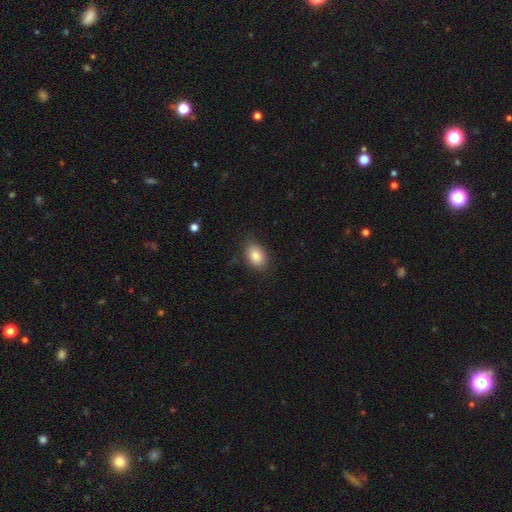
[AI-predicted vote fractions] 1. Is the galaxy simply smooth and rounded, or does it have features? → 86% smooth, 8% star or artifact, 7% featured or disk.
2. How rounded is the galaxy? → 86% in between, 13% round, 1% cigar-shaped.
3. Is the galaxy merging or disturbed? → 82% none, 13% minor disturbance, 3% major disturbance, 1% merger.